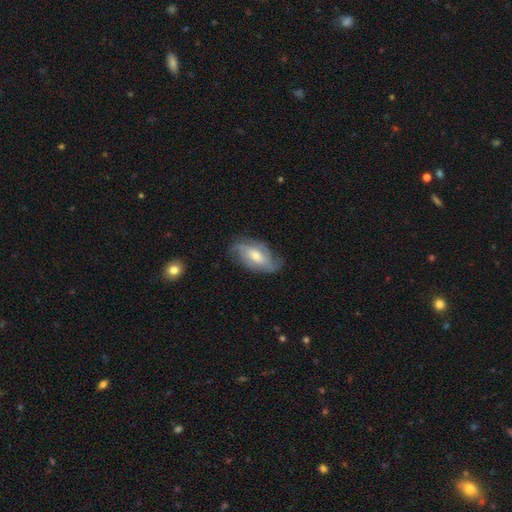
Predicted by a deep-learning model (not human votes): smooth-or-featured: featured or disk: 73% | smooth: 20% | star or artifact: 7%
  disk-edge-on: no: 93% | yes: 7%
    bar: no: 44% | weak: 42% | strong: 14%
    has-spiral-arms: yes: 90% | no: 10%
      spiral-winding: medium: 41% | tight: 40% | loose: 19%
      spiral-arm-count: 2: 35% | can't tell: 28% | 3: 23% | 4: 7% | 1: 4% | more than 4: 3%
    bulge-size: moderate: 60% | small: 33% | large: 4% | none: 2% | dominant: 1%
  merging: none: 68% | minor disturbance: 23% | major disturbance: 8% | merger: 1%